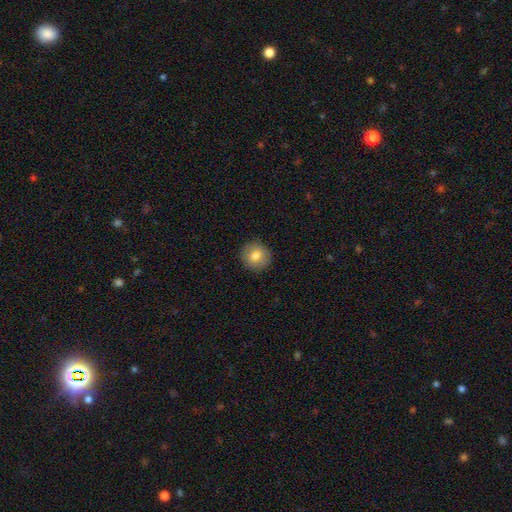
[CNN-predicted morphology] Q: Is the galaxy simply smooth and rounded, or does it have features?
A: smooth — 78%.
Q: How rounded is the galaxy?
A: round — 92%.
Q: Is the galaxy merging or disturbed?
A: none — 90%.